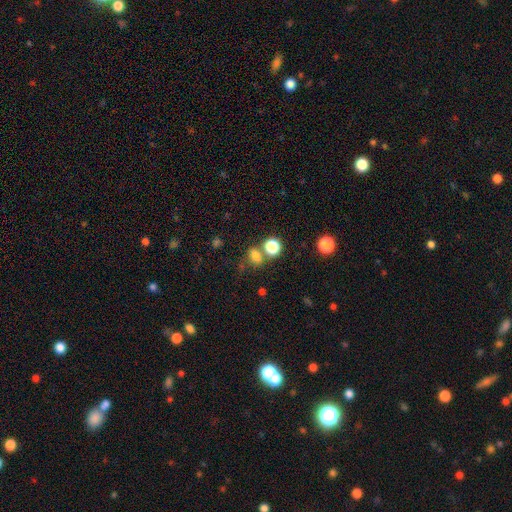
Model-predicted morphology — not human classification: smooth-or-featured: smooth: 71% | star or artifact: 21% | featured or disk: 8%
  how-rounded: in between: 56% | round: 42% | cigar-shaped: 2%
  merging: none: 60% | merger: 22% | minor disturbance: 13% | major disturbance: 6%